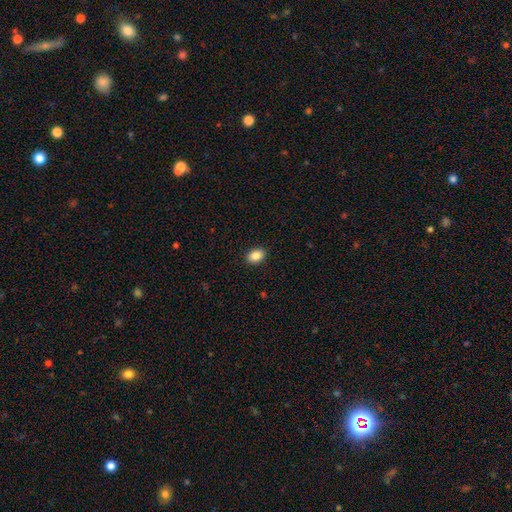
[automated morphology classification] Smooth or featured?
  - smooth: 86% *
  - star or artifact: 8%
  - featured or disk: 6%
How rounded?
  - in between: 82% *
  - round: 17%
  - cigar-shaped: 1%
Merging?
  - none: 90% *
  - minor disturbance: 7%
  - major disturbance: 2%
  - merger: 1%